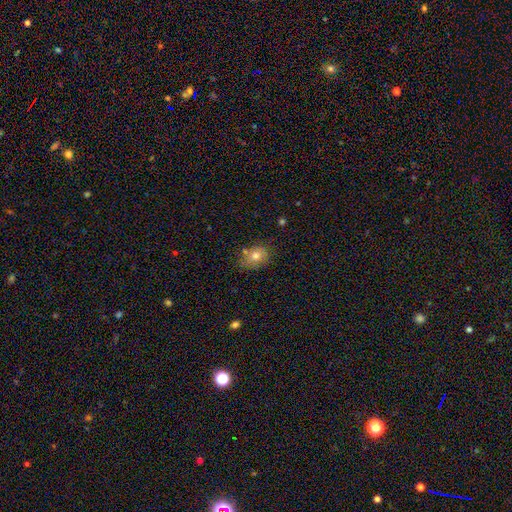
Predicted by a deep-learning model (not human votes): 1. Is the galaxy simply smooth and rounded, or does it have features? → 75% smooth, 12% featured or disk, 12% star or artifact.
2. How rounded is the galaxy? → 53% in between, 45% round, 1% cigar-shaped.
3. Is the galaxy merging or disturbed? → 69% none, 19% minor disturbance, 7% merger, 4% major disturbance.